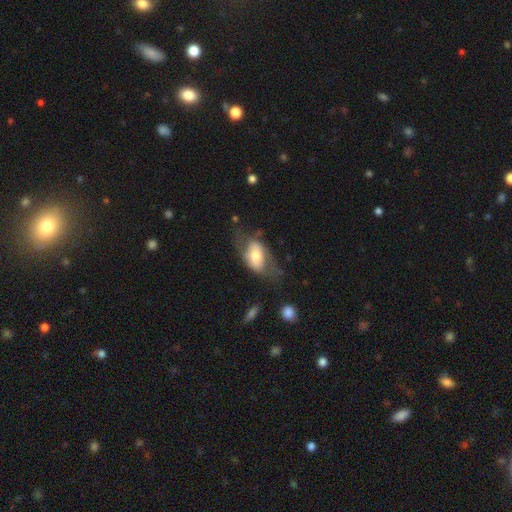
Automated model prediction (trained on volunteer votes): Morphology: type=smooth (50%); merging=none (45%).